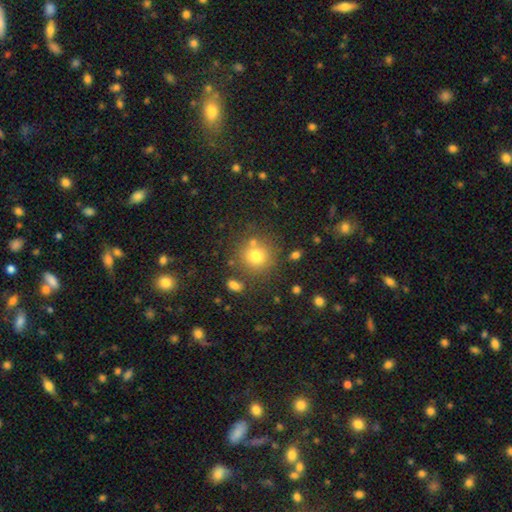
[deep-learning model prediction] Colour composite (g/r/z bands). It shows a smooth galaxy with no disk features (75%) that is round (89%). Merging: none (74%).